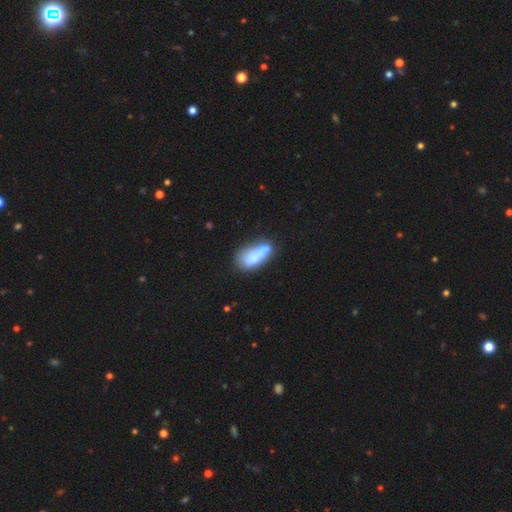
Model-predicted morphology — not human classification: Smooth or featured?
  - smooth: 66% *
  - featured or disk: 25%
  - star or artifact: 9%
How rounded?
  - in between: 76% *
  - cigar-shaped: 20%
  - round: 4%
Merging?
  - merger: 34% *
  - none: 31%
  - minor disturbance: 22%
  - major disturbance: 14%